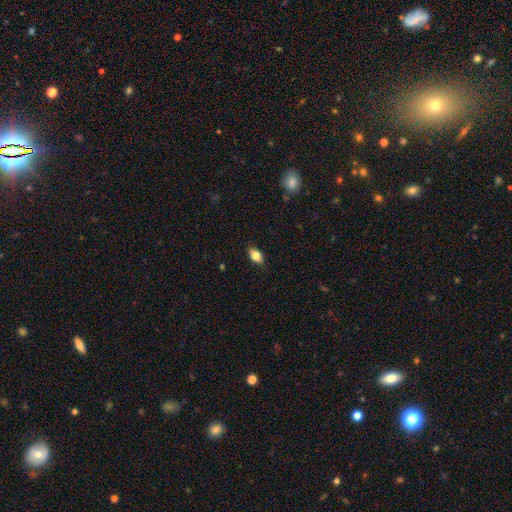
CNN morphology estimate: The model was most divided on "smooth or featured": smooth: 83%, featured or disk: 9%, star or artifact: 8%. More confident: how rounded — in between (87%); merging — none (86%).